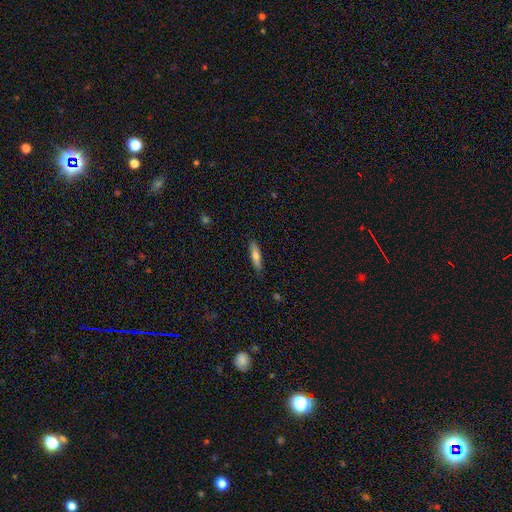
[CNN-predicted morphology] Smooth or featured? smooth (69%)
How rounded? cigar-shaped (79%)
Merging? none (87%)